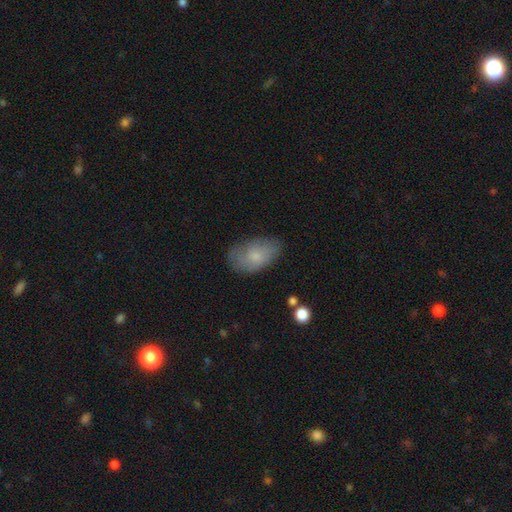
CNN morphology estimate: Smooth or featured?
  - smooth: 69% *
  - featured or disk: 24%
  - star or artifact: 7%
How rounded?
  - in between: 91% *
  - round: 7%
  - cigar-shaped: 2%
Merging?
  - none: 67% *
  - minor disturbance: 24%
  - major disturbance: 7%
  - merger: 2%